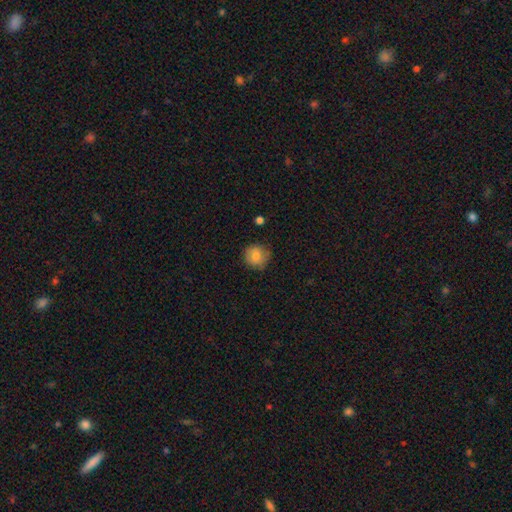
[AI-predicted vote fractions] Smooth or featured? Predicted: smooth (p=0.82). How rounded? Predicted: round (p=0.92). Merging? Predicted: none (p=0.78).